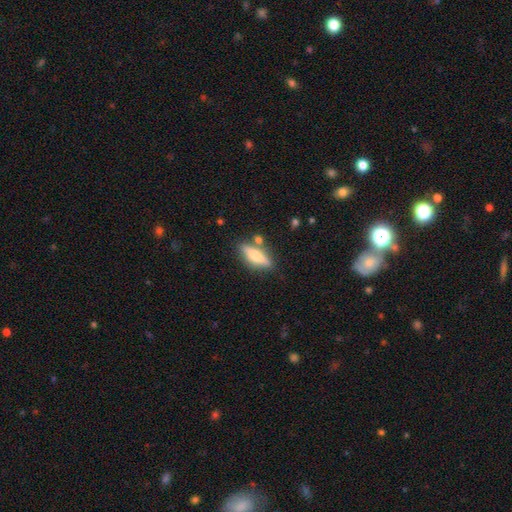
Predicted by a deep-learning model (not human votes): The model was most divided on "smooth or featured": smooth: 48%, featured or disk: 45%, star or artifact: 7%. More confident: merging — none (77%).